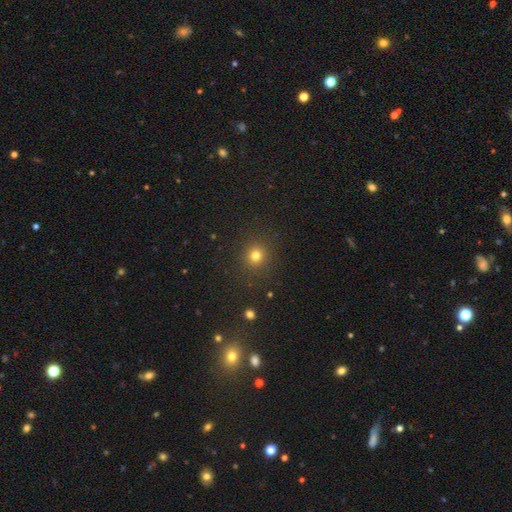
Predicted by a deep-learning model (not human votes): Smooth or featured?
  - smooth: 77% *
  - star or artifact: 17%
  - featured or disk: 6%
How rounded?
  - round: 90% *
  - in between: 9%
  - cigar-shaped: 1%
Merging?
  - none: 89% *
  - minor disturbance: 6%
  - major disturbance: 3%
  - merger: 2%